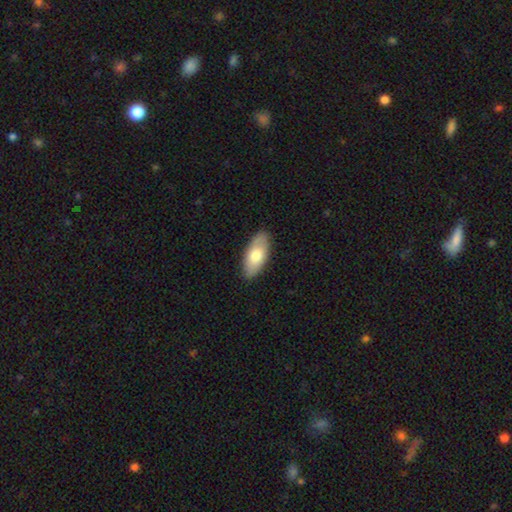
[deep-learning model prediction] smooth_or_featured: smooth (p=0.73) [alt: featured or disk p=0.21]
how_rounded: in between (p=0.88) [alt: cigar-shaped p=0.10]
merging: none (p=0.86) [alt: minor disturbance p=0.11]